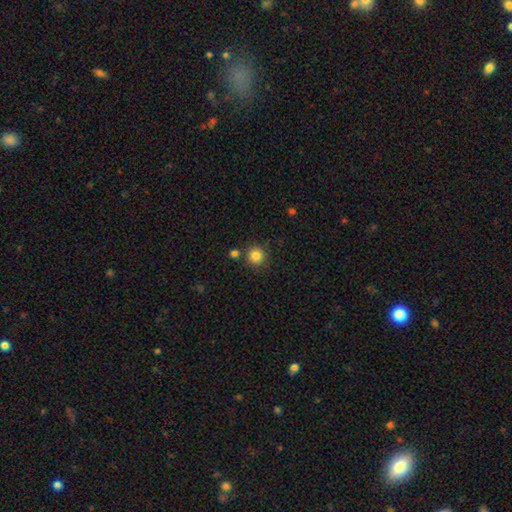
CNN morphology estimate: Smooth or featured?
  - smooth: 84% *
  - star or artifact: 11%
  - featured or disk: 5%
How rounded?
  - round: 94% *
  - in between: 5%
  - cigar-shaped: 1%
Merging?
  - none: 82% *
  - minor disturbance: 8%
  - merger: 8%
  - major disturbance: 3%